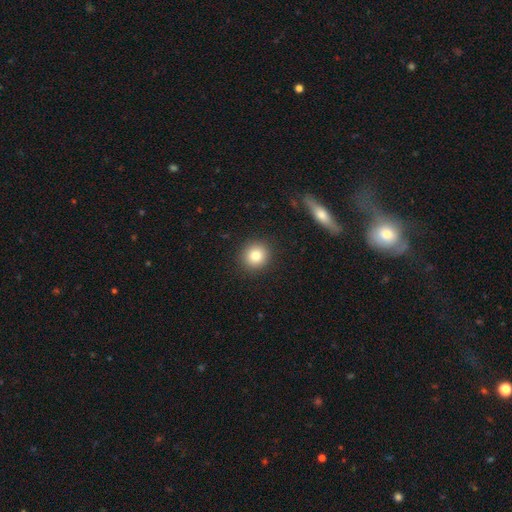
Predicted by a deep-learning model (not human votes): This is clearly a smooth galaxy (81%). How rounded: clearly round (90%). Merging: clearly none (90%).